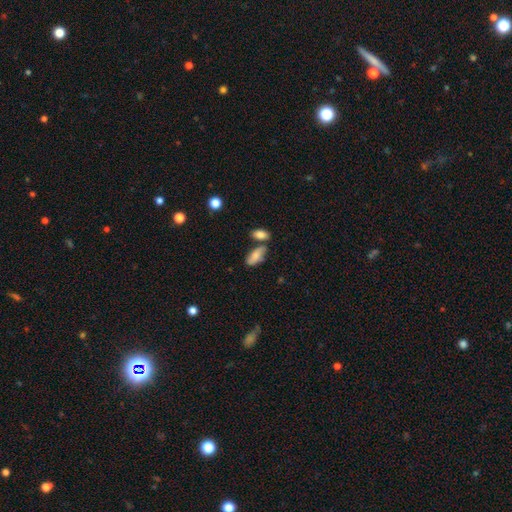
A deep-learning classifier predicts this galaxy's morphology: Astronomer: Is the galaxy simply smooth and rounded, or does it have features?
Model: smooth — 76%.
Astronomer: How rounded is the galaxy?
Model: in between — 84%.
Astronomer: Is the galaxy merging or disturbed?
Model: none — 57%.